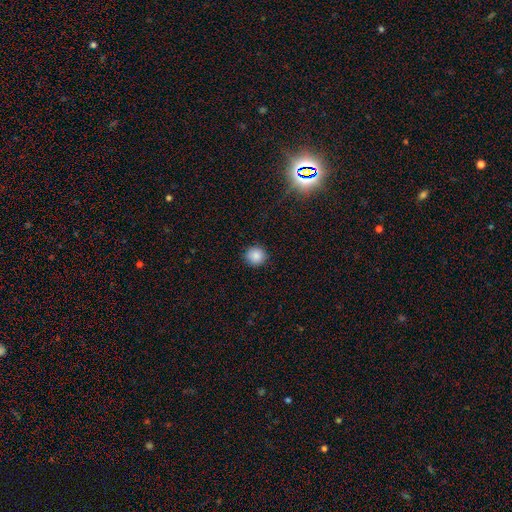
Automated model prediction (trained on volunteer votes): Smooth or featured: smooth — 87% (star or artifact — 9%)
How rounded: round — 93% (in between — 6%)
Merging: none — 91% (minor disturbance — 6%)